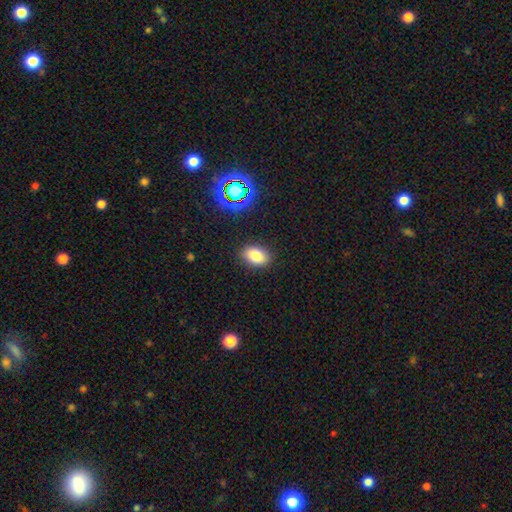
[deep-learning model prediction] Smooth or featured? Predicted: smooth (p=0.80). How rounded? Predicted: in between (p=0.85). Merging? Predicted: none (p=0.86).